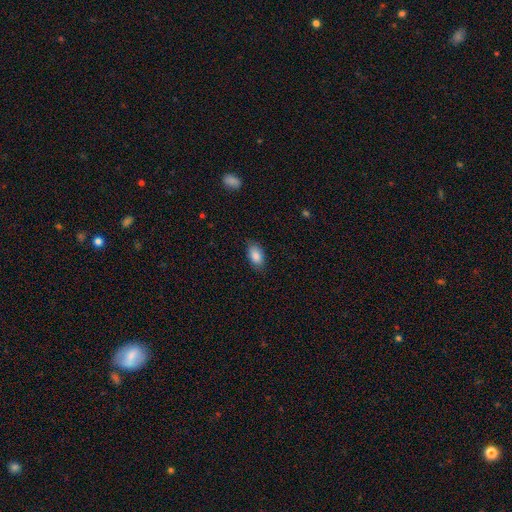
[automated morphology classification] Smooth or featured? smooth (86%)
How rounded? in between (92%)
Merging? none (80%)